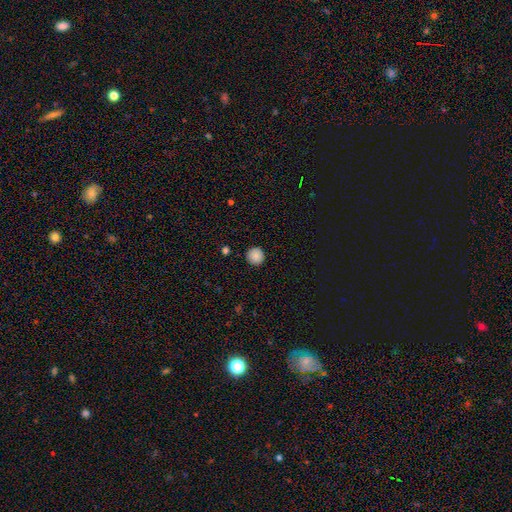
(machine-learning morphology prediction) Smooth or featured?
  - smooth: 87% *
  - star or artifact: 9%
  - featured or disk: 4%
How rounded?
  - round: 95% *
  - in between: 4%
  - cigar-shaped: 1%
Merging?
  - none: 91% *
  - minor disturbance: 6%
  - major disturbance: 2%
  - merger: 1%